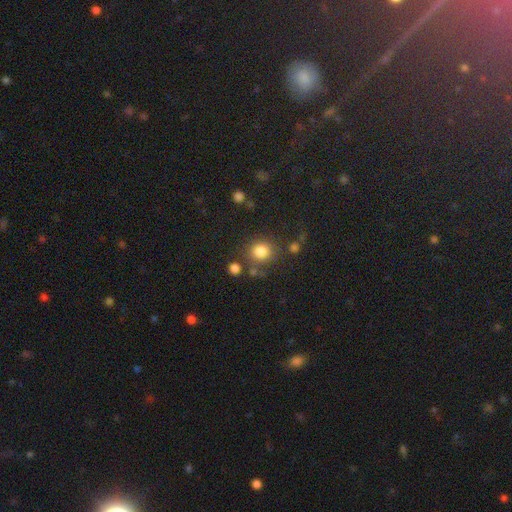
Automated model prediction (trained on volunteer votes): Smooth or featured? smooth (77%)
How rounded? round (86%)
Merging? none (77%)